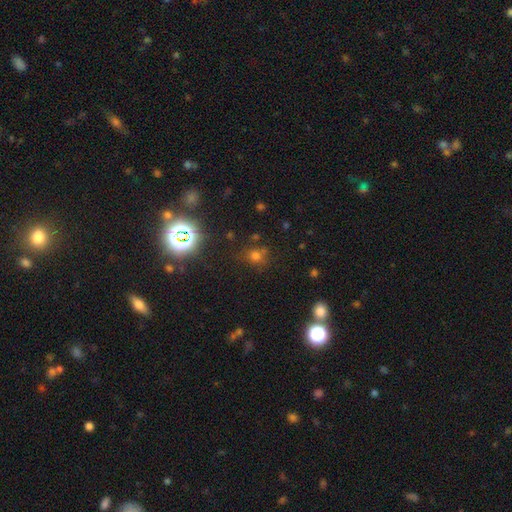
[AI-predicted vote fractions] Smooth or featured: smooth — 55% (star or artifact — 36%)
How rounded: round — 82% (in between — 16%)
Merging: none — 70% (minor disturbance — 13%)